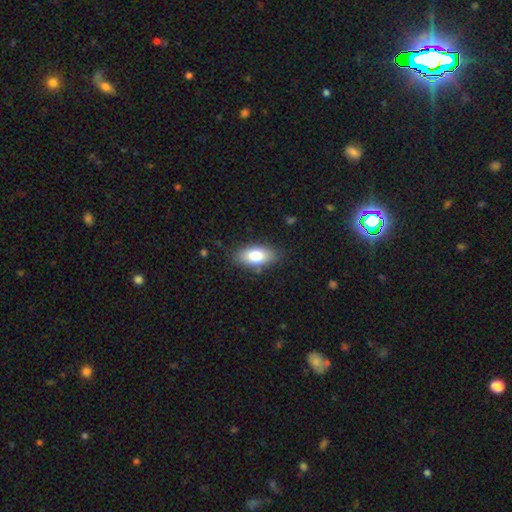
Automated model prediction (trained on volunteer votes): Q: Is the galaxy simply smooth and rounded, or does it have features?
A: smooth — 80%.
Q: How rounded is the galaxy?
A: in between — 89%.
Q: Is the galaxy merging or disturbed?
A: none — 82%.